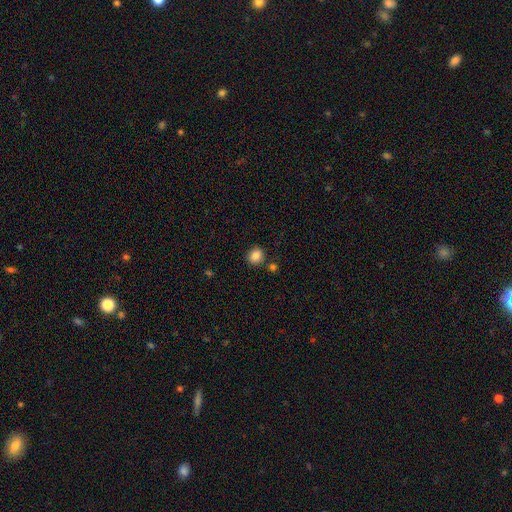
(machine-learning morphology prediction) A smooth galaxy with no disk features (85%) that is round (77%). Merging: none (83%).